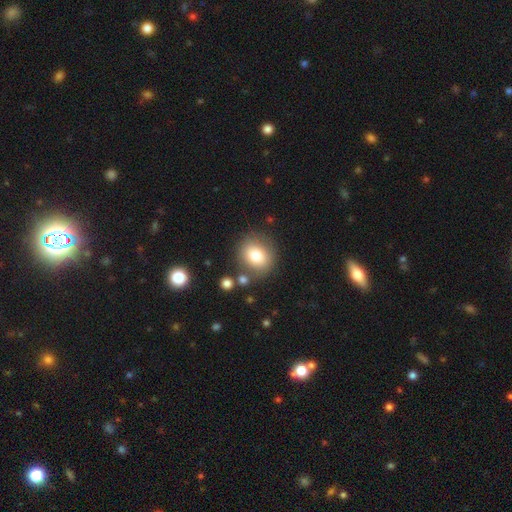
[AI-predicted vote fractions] smooth_or_featured: smooth (p=0.78) [alt: featured or disk p=0.12]
how_rounded: round (p=0.76) [alt: in between p=0.23]
merging: none (p=0.78) [alt: minor disturbance p=0.11]